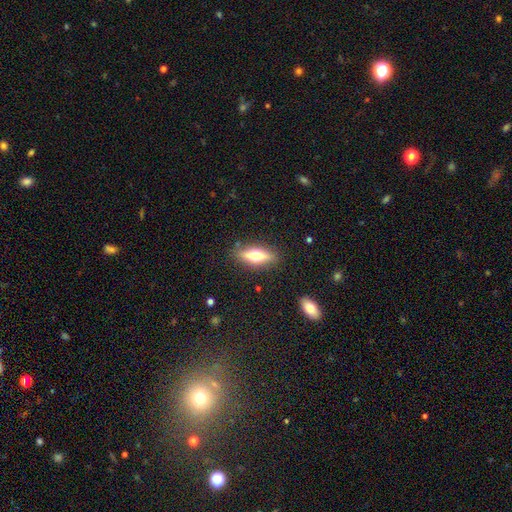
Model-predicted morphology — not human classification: Smooth or featured? smooth (51%)
How rounded? in between (51%)
Merging? none (86%)